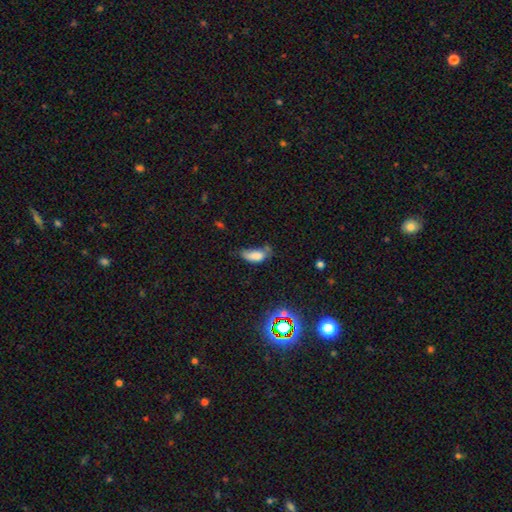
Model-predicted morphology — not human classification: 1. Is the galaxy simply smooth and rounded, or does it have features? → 76% smooth, 12% star or artifact, 12% featured or disk.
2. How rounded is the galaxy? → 86% in between, 10% cigar-shaped, 3% round.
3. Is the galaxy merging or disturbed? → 38% minor disturbance, 28% none, 23% major disturbance, 10% merger.